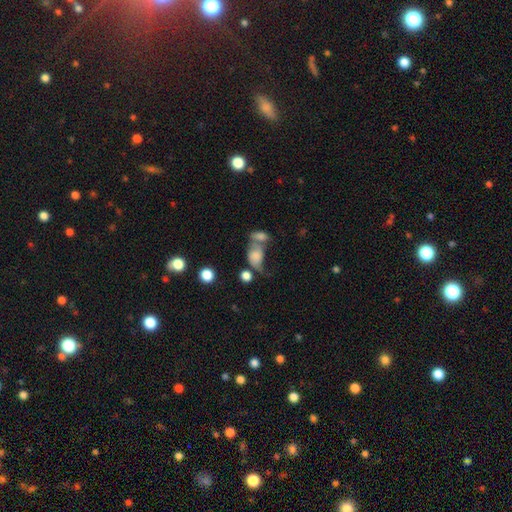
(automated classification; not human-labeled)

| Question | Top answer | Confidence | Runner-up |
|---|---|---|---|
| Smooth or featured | smooth | 66% | featured or disk (23%) |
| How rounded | in between | 73% | round (25%) |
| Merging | merger | 50% | none (19%) |